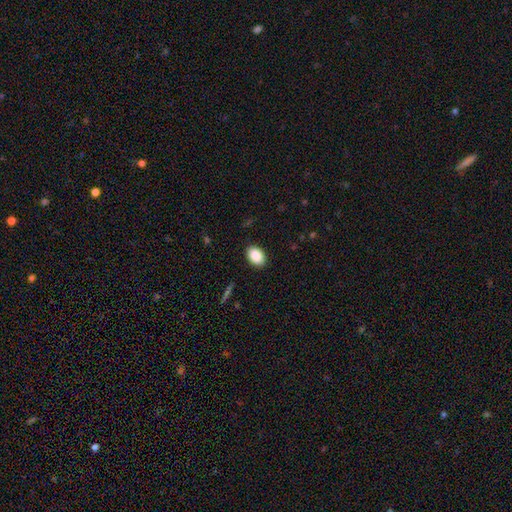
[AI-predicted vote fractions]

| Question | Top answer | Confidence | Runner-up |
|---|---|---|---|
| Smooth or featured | smooth | 88% | star or artifact (7%) |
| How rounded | in between | 86% | round (13%) |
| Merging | none | 89% | minor disturbance (8%) |